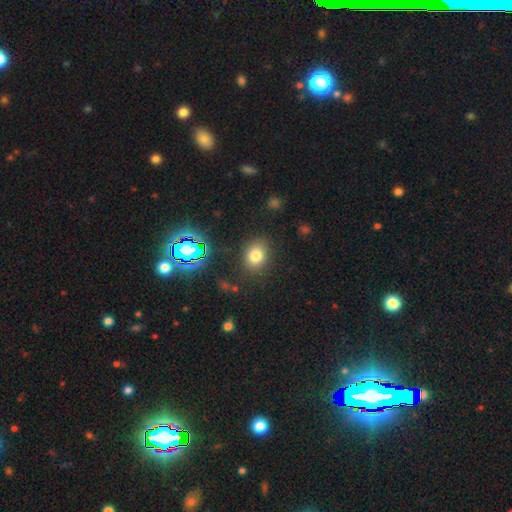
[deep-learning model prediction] Morphology: type=smooth (76%); roundness=round (53%); merging=none (83%).